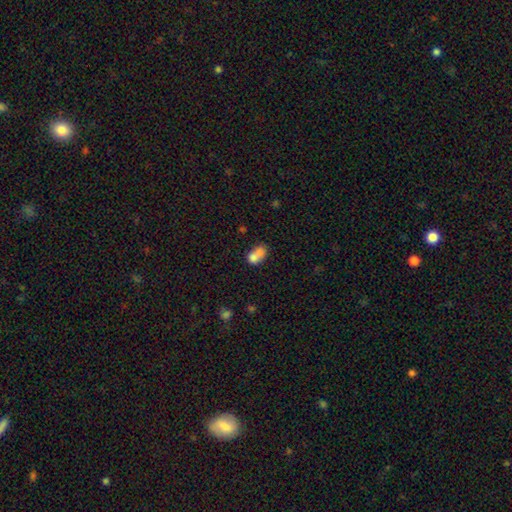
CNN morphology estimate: A smooth galaxy with no disk features (71%) that is in between round and cigar-shaped (63%). Merging: merger (61%).